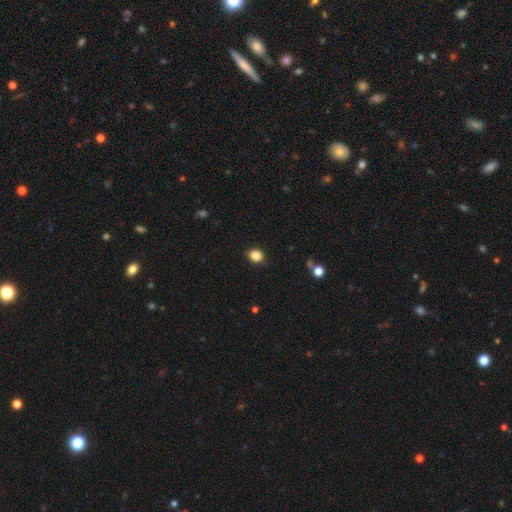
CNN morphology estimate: smooth 85%, star or artifact 10%, featured or disk 5%. Down the decision tree: how rounded — round (54%); merging — none (88%).